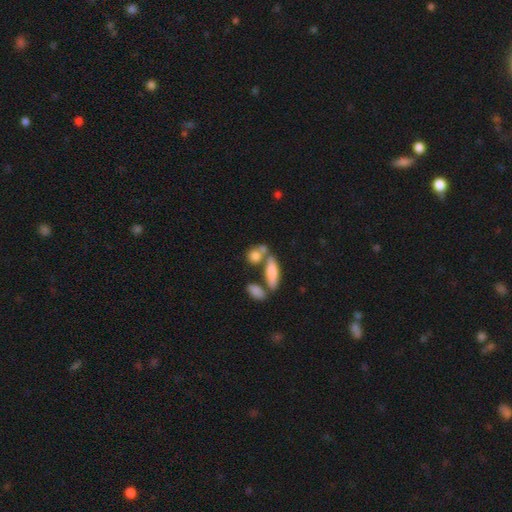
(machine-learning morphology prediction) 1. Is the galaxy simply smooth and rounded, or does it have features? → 77% smooth, 15% featured or disk, 8% star or artifact.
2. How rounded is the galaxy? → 49% in between, 36% round, 15% cigar-shaped.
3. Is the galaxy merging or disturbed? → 49% none, 33% merger, 13% minor disturbance, 6% major disturbance.